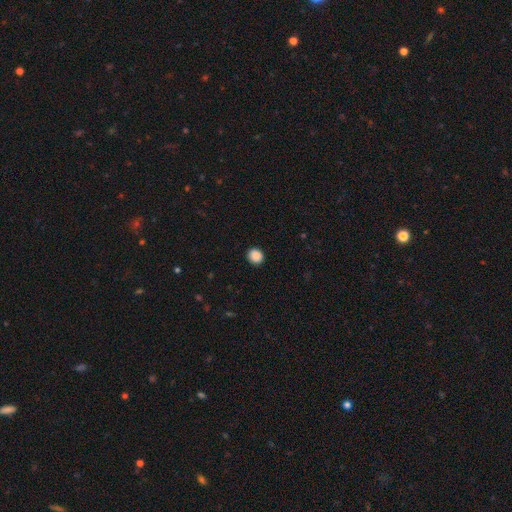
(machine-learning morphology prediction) smooth-or-featured: smooth: 88% | star or artifact: 9% | featured or disk: 3%
  how-rounded: round: 82% | in between: 17% | cigar-shaped: 1%
  merging: none: 91% | minor disturbance: 6% | major disturbance: 2% | merger: 1%